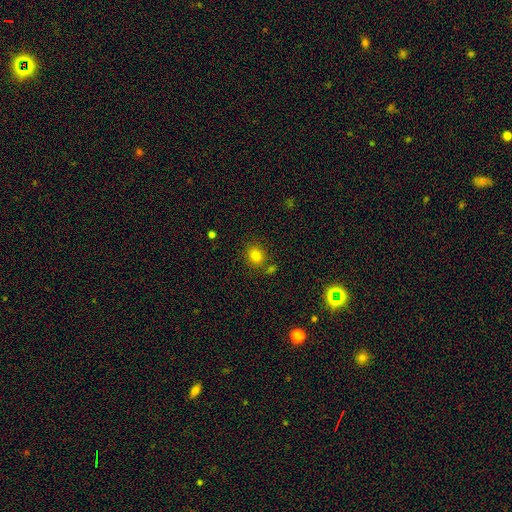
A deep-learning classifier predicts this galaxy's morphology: Smooth or featured?
  - smooth: 80% *
  - star or artifact: 13%
  - featured or disk: 7%
How rounded?
  - round: 78% *
  - in between: 21%
  - cigar-shaped: 1%
Merging?
  - none: 78% *
  - minor disturbance: 10%
  - merger: 9%
  - major disturbance: 3%